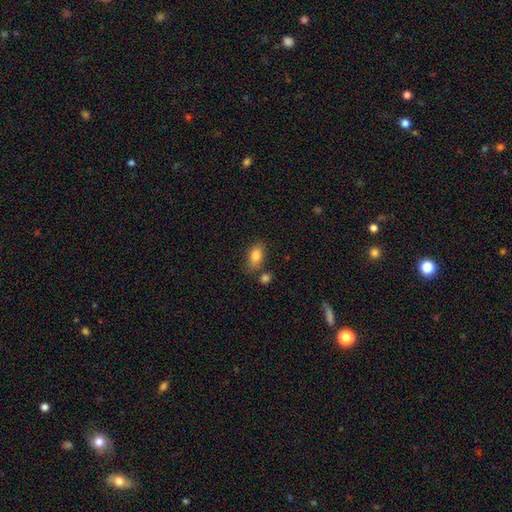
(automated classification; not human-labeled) Q: Smooth or featured?
A: smooth (84%); runner-up: star or artifact (8%)
Q: How rounded?
A: in between (86%); runner-up: round (11%)
Q: Merging?
A: none (67%); runner-up: minor disturbance (16%)